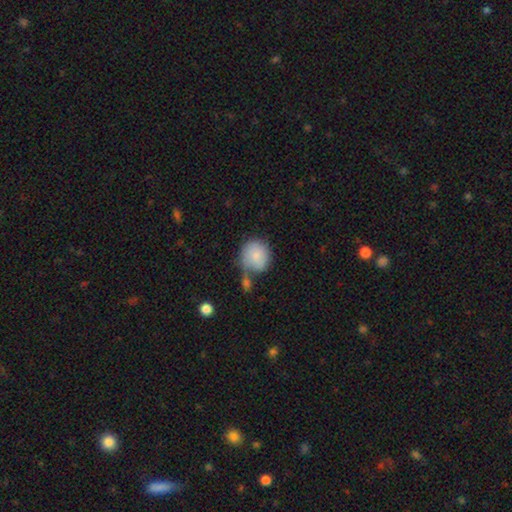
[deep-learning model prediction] Morphology: type=smooth (83%); roundness=round (86%); merging=none (45%).